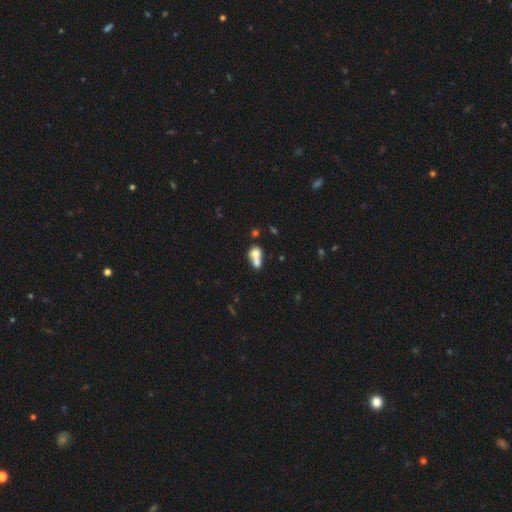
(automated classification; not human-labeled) A smooth galaxy with no disk features (69%) that is round (50%). Merging: merger (70%).